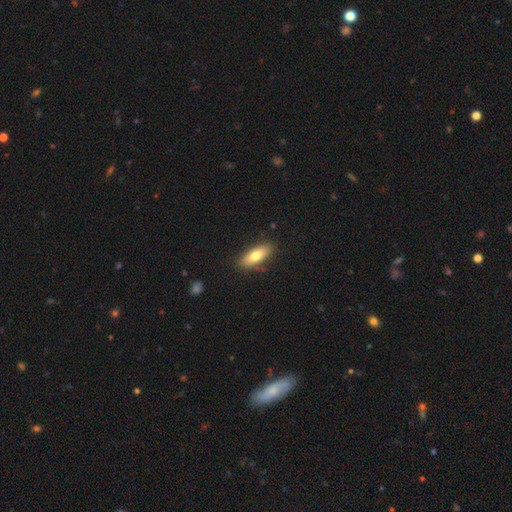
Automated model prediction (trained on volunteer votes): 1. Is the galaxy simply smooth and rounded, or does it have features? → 72% smooth, 22% featured or disk, 6% star or artifact.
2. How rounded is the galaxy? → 71% in between, 27% cigar-shaped, 3% round.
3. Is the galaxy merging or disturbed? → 83% none, 13% minor disturbance, 3% major disturbance, 2% merger.